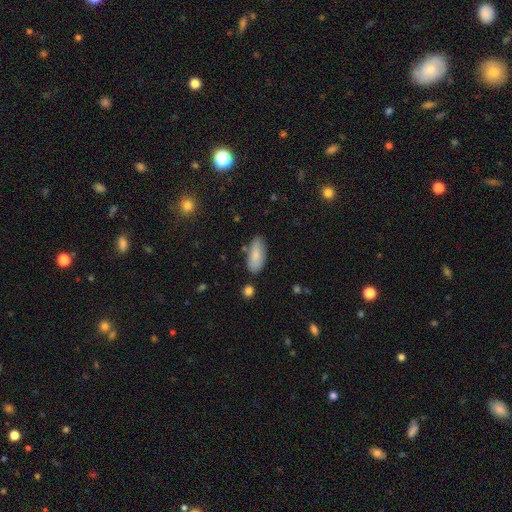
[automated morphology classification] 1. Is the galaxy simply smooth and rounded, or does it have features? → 81% smooth, 13% featured or disk, 6% star or artifact.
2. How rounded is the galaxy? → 85% in between, 13% cigar-shaped, 2% round.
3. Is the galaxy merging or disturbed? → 73% none, 19% minor disturbance, 4% merger, 4% major disturbance.